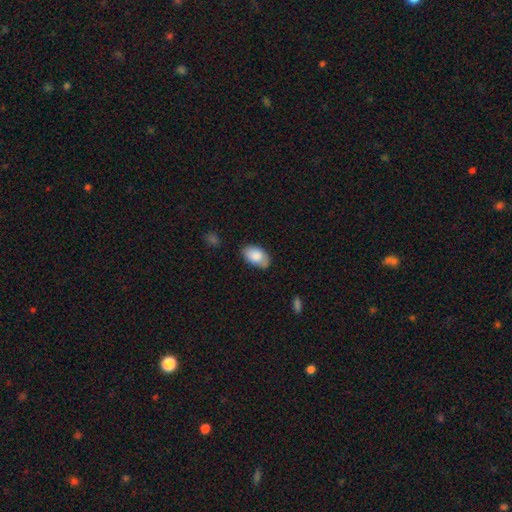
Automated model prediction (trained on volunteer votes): Smooth or featured?
  - smooth: 83% *
  - featured or disk: 11%
  - star or artifact: 6%
How rounded?
  - in between: 93% *
  - round: 6%
  - cigar-shaped: 1%
Merging?
  - none: 71% *
  - minor disturbance: 23%
  - major disturbance: 4%
  - merger: 2%